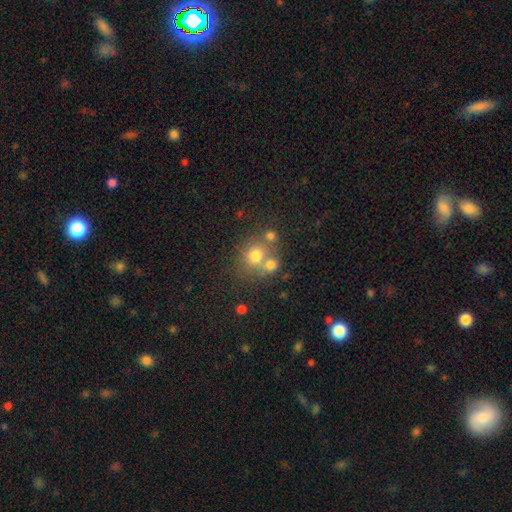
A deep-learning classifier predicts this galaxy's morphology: Smooth or featured?
  - smooth: 70% *
  - star or artifact: 15%
  - featured or disk: 14%
How rounded?
  - round: 75% *
  - in between: 24%
  - cigar-shaped: 1%
Merging?
  - none: 50% *
  - merger: 35%
  - minor disturbance: 10%
  - major disturbance: 5%